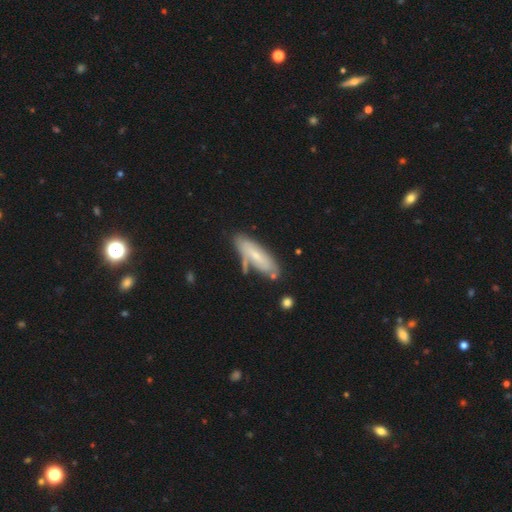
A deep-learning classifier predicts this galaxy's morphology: smooth 50%, featured or disk 44%, star or artifact 6%. Down the decision tree: merging — none (60%).